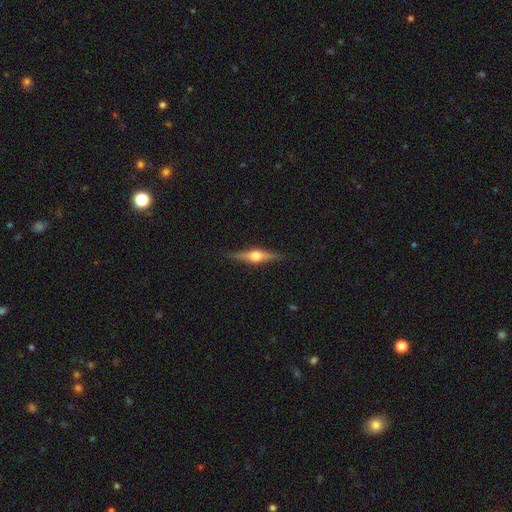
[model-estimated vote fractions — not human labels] Smooth or featured? featured or disk (77%)
Edge-on disk? yes (98%)
Edge-on bulge? rounded (93%)
Merging? none (89%)